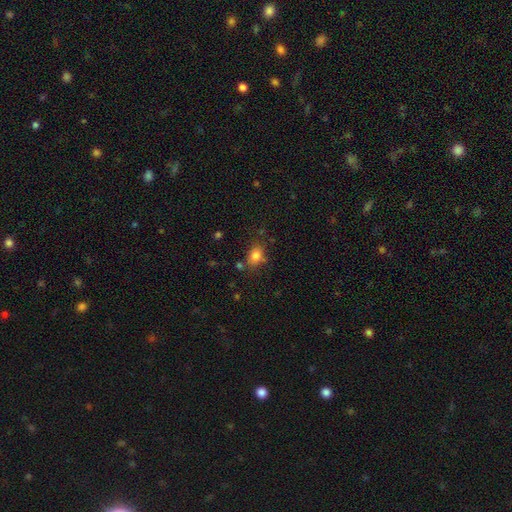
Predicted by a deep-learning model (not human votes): This is likely a smooth galaxy (80%). How rounded: likely in between (61%). Merging: likely none (70%).